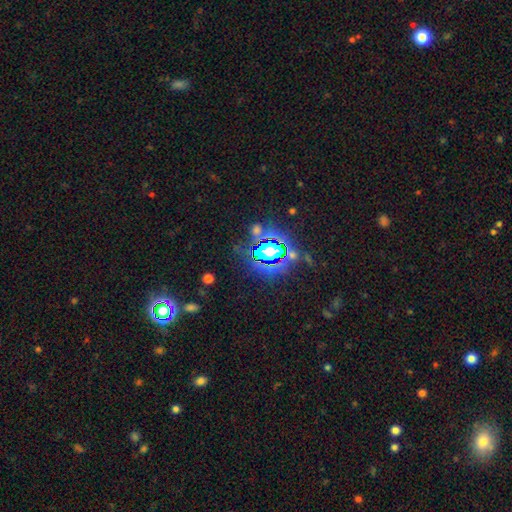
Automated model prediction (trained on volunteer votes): Smooth or featured? Predicted: star or artifact (p=0.82).